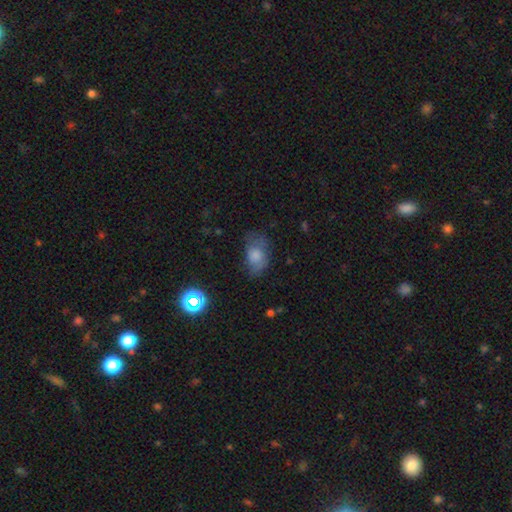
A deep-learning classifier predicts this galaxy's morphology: smooth_or_featured: smooth (p=0.68) [alt: featured or disk p=0.21]
how_rounded: in between (p=0.84) [alt: round p=0.14]
merging: none (p=0.50) [alt: minor disturbance p=0.30]